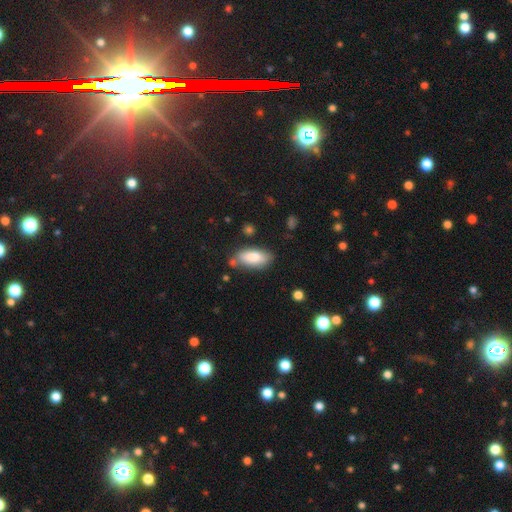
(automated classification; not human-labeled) Smooth or featured? smooth (83%)
How rounded? in between (85%)
Merging? none (69%)